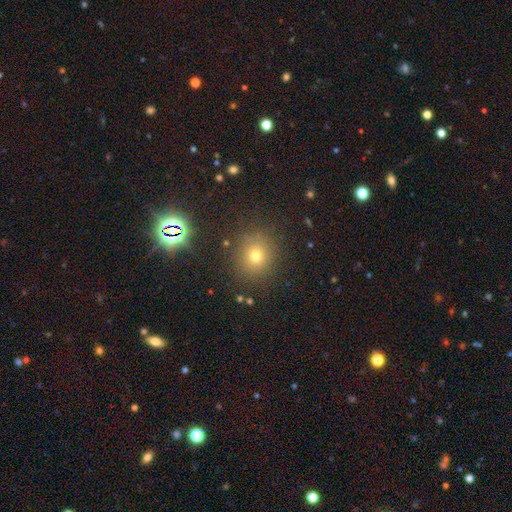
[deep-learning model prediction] smooth-or-featured: smooth: 67% | star or artifact: 23% | featured or disk: 10%
  how-rounded: round: 81% | in between: 18% | cigar-shaped: 1%
  merging: none: 85% | minor disturbance: 9% | major disturbance: 3% | merger: 3%